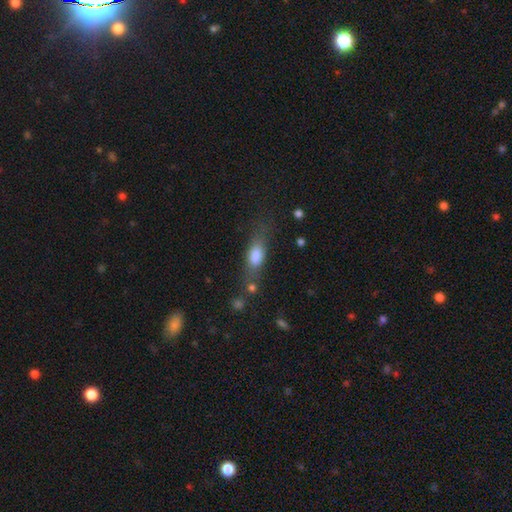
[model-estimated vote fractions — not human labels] smooth_or_featured: smooth (p=0.73) [alt: featured or disk p=0.18]
how_rounded: in between (p=0.62) [alt: cigar-shaped p=0.31]
merging: none (p=0.58) [alt: minor disturbance p=0.22]